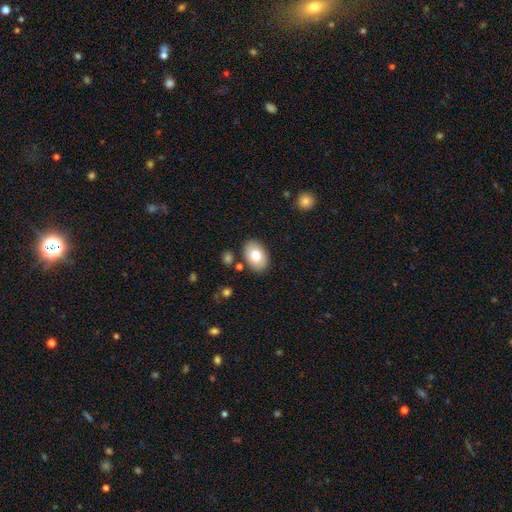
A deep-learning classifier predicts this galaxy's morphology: type=smooth (78%); roundness=in between (86%); merging=none (85%).